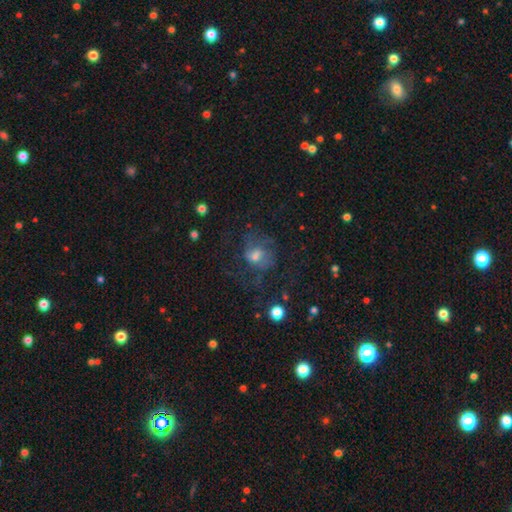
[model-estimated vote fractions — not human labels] Smooth or featured: featured or disk — 50% (smooth — 32%)
Edge-on disk: no — 96% (yes — 4%)
Merging: none — 48% (major disturbance — 32%)